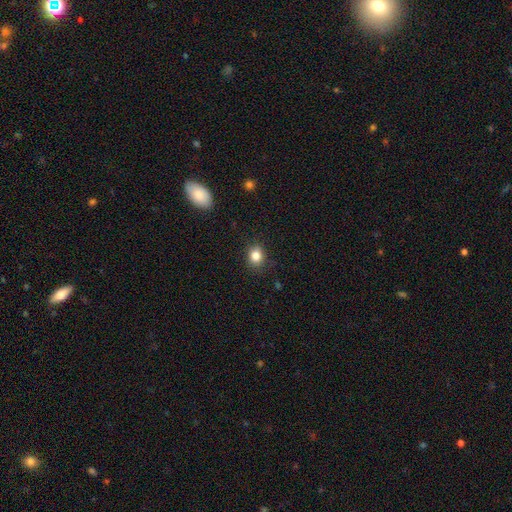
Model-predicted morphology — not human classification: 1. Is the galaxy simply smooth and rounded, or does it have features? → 83% smooth, 11% star or artifact, 6% featured or disk.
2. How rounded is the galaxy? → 63% round, 36% in between, 1% cigar-shaped.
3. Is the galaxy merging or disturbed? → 86% none, 11% minor disturbance, 3% major disturbance, 1% merger.